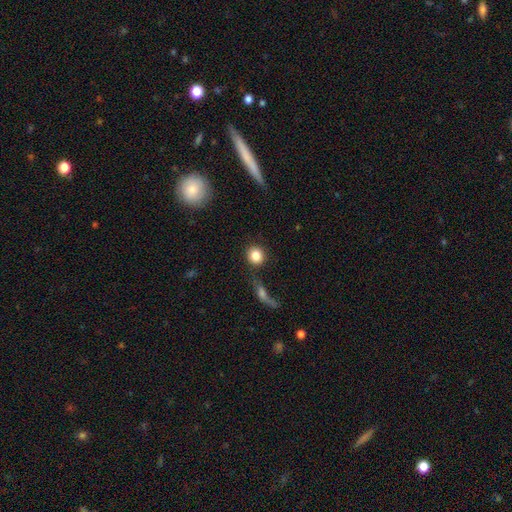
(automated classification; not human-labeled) Smooth or featured? smooth (85%)
How rounded? round (87%)
Merging? none (77%)